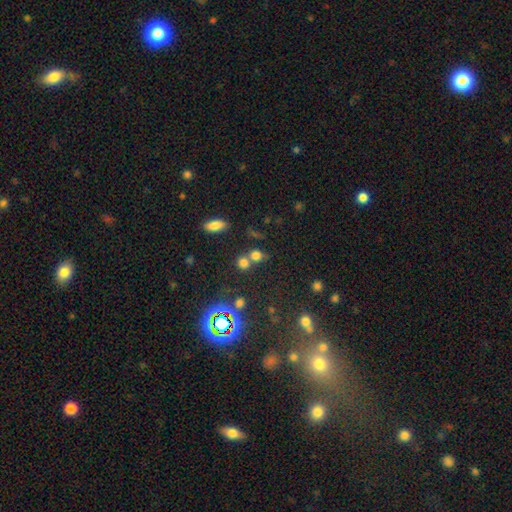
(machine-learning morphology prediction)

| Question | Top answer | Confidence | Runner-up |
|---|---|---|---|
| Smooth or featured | smooth | 68% | star or artifact (22%) |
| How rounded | round | 71% | in between (26%) |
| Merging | none | 47% | merger (39%) |